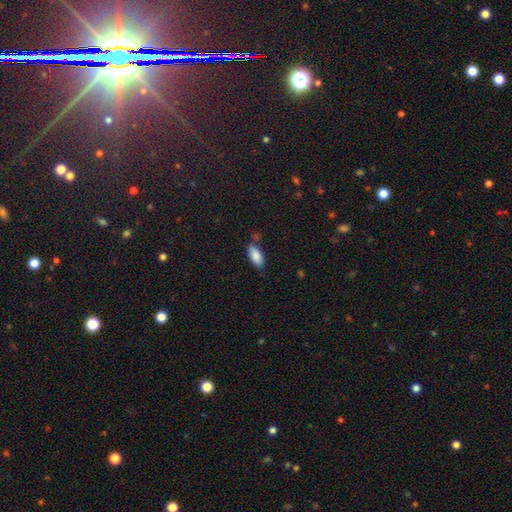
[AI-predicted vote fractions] smooth-or-featured: smooth: 86% | featured or disk: 7% | star or artifact: 7%
  how-rounded: in between: 90% | cigar-shaped: 8% | round: 2%
  merging: none: 73% | minor disturbance: 17% | merger: 6% | major disturbance: 4%